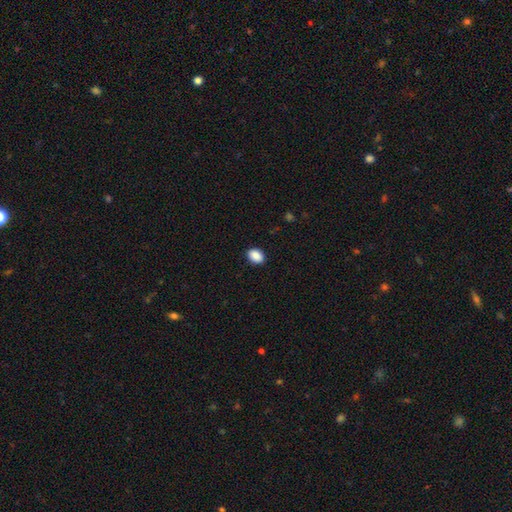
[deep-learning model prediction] smooth-or-featured: smooth: 90% | star or artifact: 8% | featured or disk: 3%
  how-rounded: in between: 78% | round: 21% | cigar-shaped: 1%
  merging: none: 89% | minor disturbance: 8% | major disturbance: 2% | merger: 1%